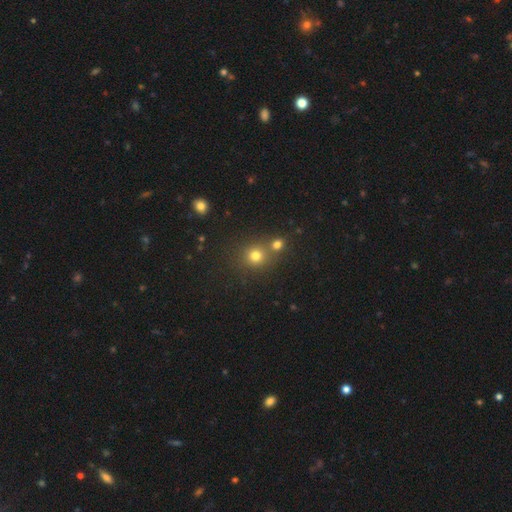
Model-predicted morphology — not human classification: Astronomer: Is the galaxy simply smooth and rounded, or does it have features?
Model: smooth — 75%.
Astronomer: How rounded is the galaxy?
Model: round — 87%.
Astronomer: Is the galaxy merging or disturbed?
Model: none — 63%.